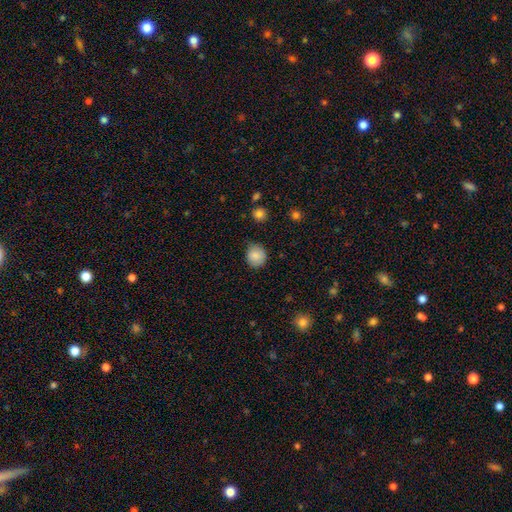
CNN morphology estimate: smooth-or-featured: smooth: 86% | star or artifact: 9% | featured or disk: 5%
  how-rounded: round: 84% | in between: 15% | cigar-shaped: 1%
  merging: none: 77% | minor disturbance: 18% | major disturbance: 3% | merger: 2%